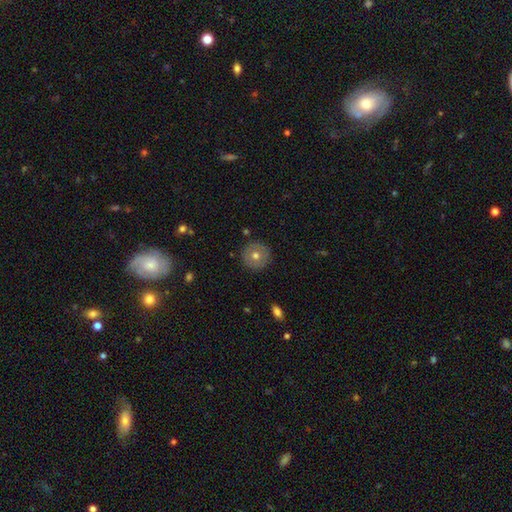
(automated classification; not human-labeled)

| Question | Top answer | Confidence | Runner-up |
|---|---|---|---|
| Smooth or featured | smooth | 64% | featured or disk (28%) |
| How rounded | round | 96% | in between (3%) |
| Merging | none | 91% | minor disturbance (6%) |